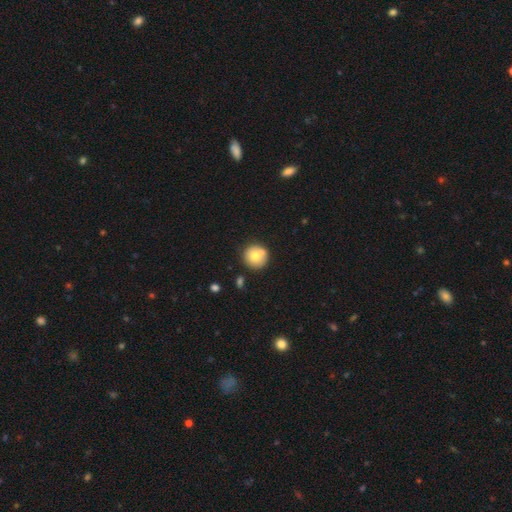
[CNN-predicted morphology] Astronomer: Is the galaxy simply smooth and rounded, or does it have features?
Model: smooth — 73%.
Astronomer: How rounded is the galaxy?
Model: round — 95%.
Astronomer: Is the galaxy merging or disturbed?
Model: none — 71%.